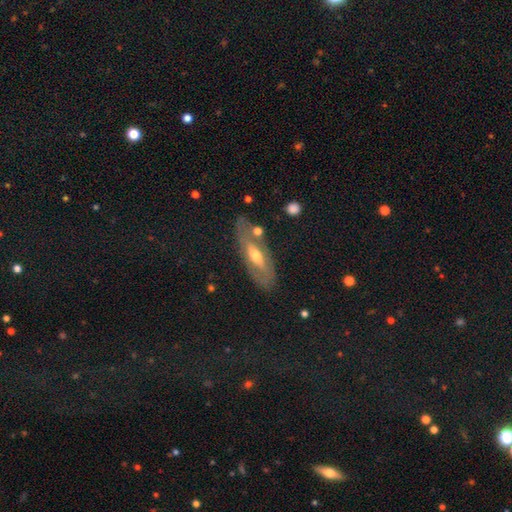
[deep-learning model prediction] Smooth or featured? Predicted: featured or disk (p=0.66). Edge-on disk? Predicted: no (p=0.69). Merging? Predicted: none (p=0.74).